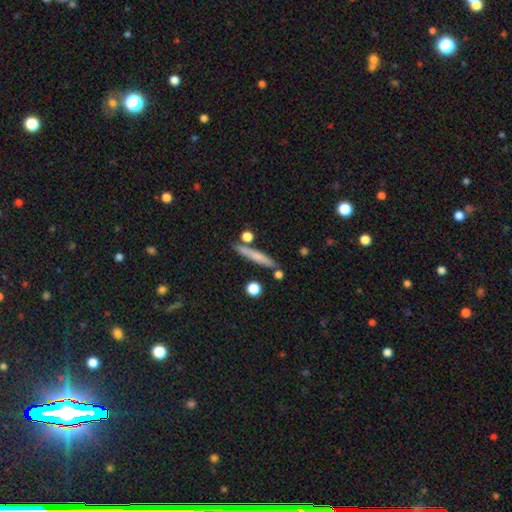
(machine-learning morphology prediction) A smooth galaxy with no disk features (66%) that is cigar-shaped (91%). Merging: none (81%).